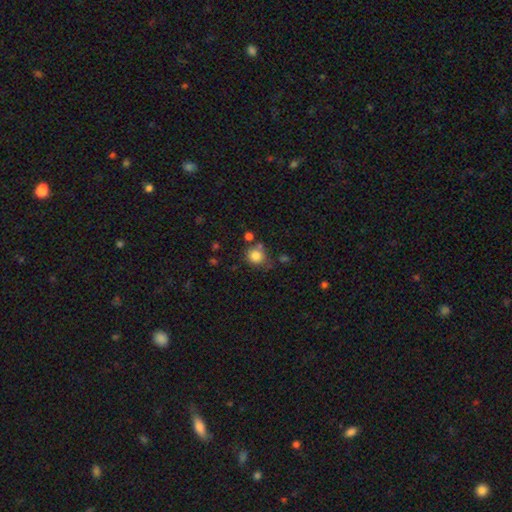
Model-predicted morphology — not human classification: smooth-or-featured: smooth: 82% | star or artifact: 11% | featured or disk: 7%
  how-rounded: round: 83% | in between: 16% | cigar-shaped: 1%
  merging: none: 64% | minor disturbance: 18% | merger: 13% | major disturbance: 6%